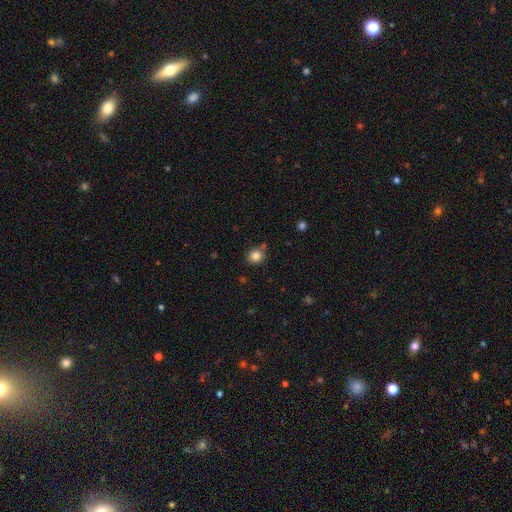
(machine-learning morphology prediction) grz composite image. It shows a smooth galaxy with no disk features (83%) that is round (87%). Merging: none (78%).